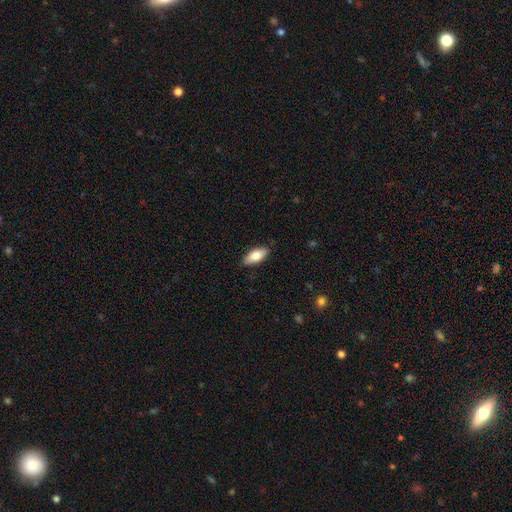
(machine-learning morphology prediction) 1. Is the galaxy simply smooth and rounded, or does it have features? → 80% smooth, 14% featured or disk, 6% star or artifact.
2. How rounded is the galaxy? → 85% in between, 13% cigar-shaped, 2% round.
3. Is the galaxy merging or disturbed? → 87% none, 10% minor disturbance, 2% major disturbance, 1% merger.